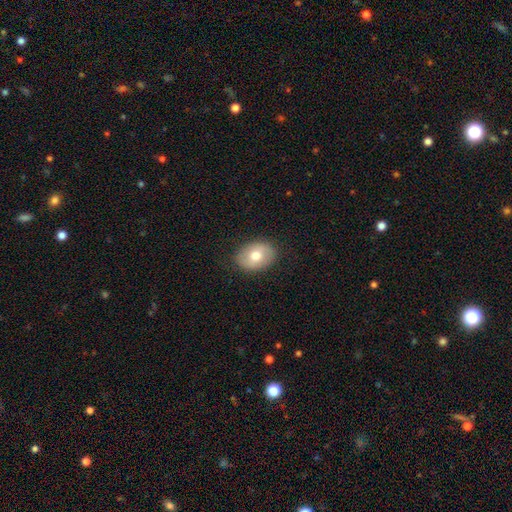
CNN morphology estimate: The model was most divided on "how rounded": in between: 72%, round: 27%, cigar-shaped: 1%. More confident: merging — none (87%); smooth or featured — smooth (71%).